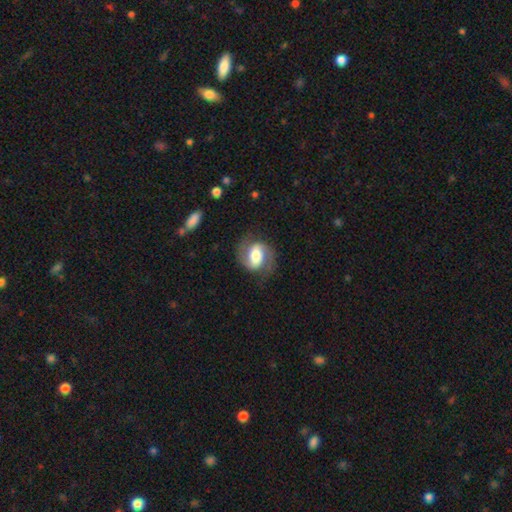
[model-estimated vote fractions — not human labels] featured or disk 75%, smooth 20%, star or artifact 6%. Down the decision tree: edge-on disk — no (97%); bar — weak (39%); spiral arms — yes (92%); spiral arm count — 2 (91%); spiral winding — medium (52%); bulge size — moderate (52%); merging — none (75%).